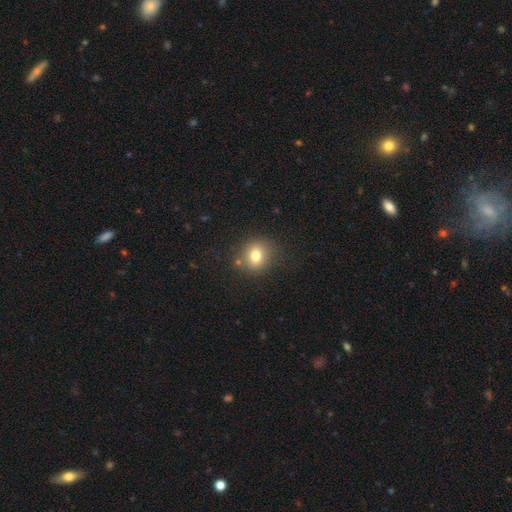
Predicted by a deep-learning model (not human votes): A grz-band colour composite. It shows a smooth galaxy with no disk features (77%) that is round (76%). Merging: none (81%).